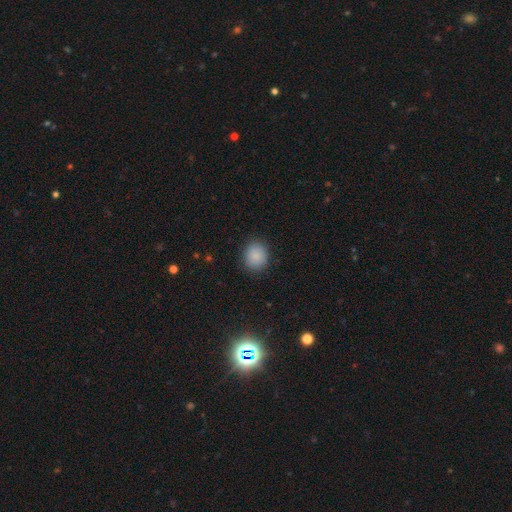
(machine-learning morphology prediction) Smooth or featured: smooth — 87% (star or artifact — 8%)
How rounded: round — 71% (in between — 28%)
Merging: none — 85% (minor disturbance — 11%)